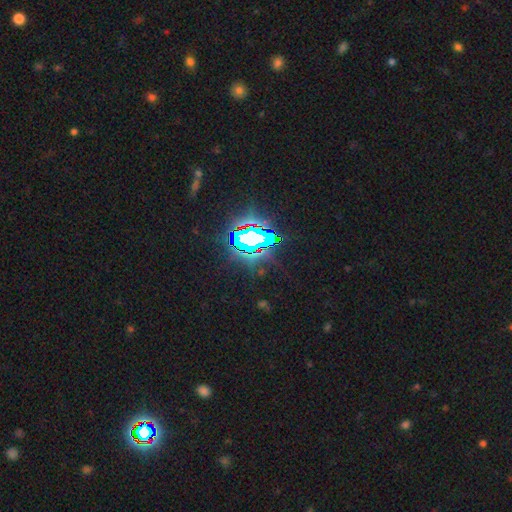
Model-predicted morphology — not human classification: smooth_or_featured: star or artifact (p=0.82) [alt: smooth p=0.11]